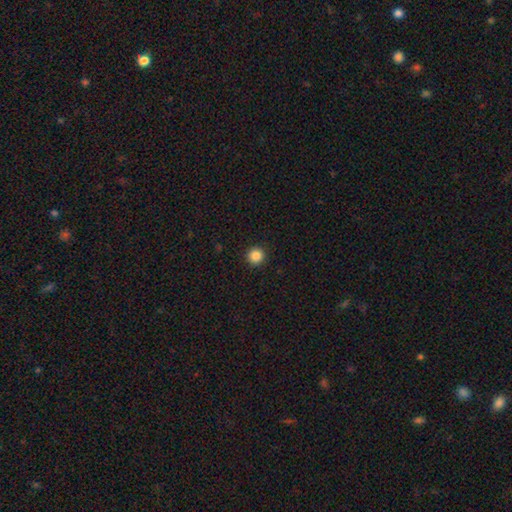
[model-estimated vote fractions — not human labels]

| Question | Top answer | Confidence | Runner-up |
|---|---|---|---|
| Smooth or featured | smooth | 87% | star or artifact (10%) |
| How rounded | round | 96% | in between (4%) |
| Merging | none | 93% | minor disturbance (4%) |